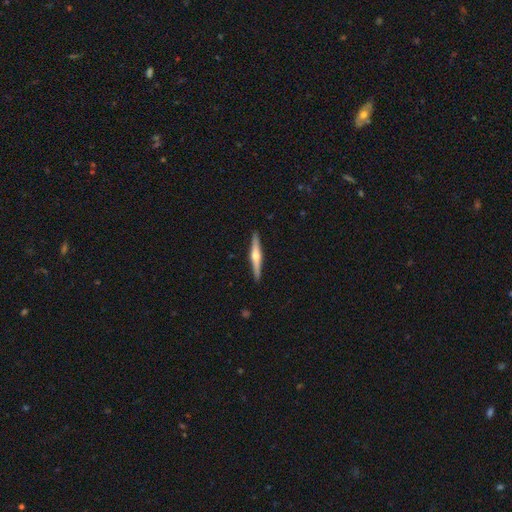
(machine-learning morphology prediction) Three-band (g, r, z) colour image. It shows a featured or disk galaxy (70%) viewed edge-on (98%) with a rounded central bulge (92%). Merging: none (92%).